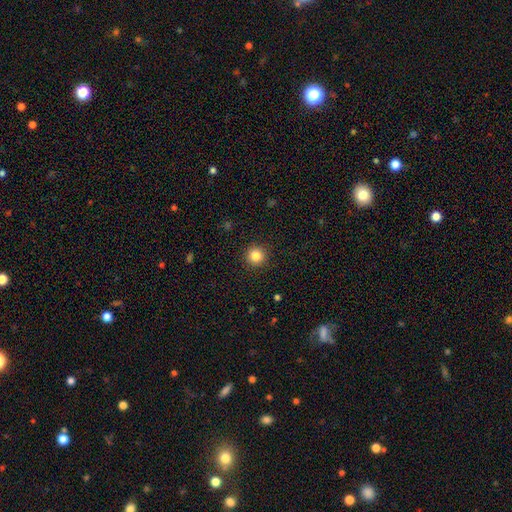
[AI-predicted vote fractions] Smooth or featured: smooth — 84% (star or artifact — 11%)
How rounded: round — 94% (in between — 5%)
Merging: none — 92% (minor disturbance — 5%)